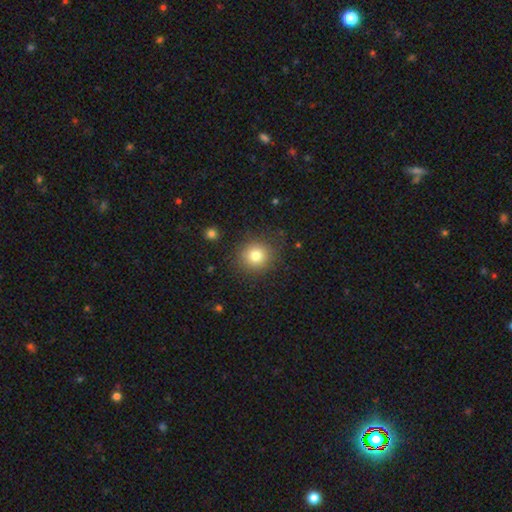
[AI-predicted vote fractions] Q: Smooth or featured?
A: smooth (80%); runner-up: star or artifact (11%)
Q: How rounded?
A: round (89%); runner-up: in between (11%)
Q: Merging?
A: none (85%); runner-up: minor disturbance (9%)